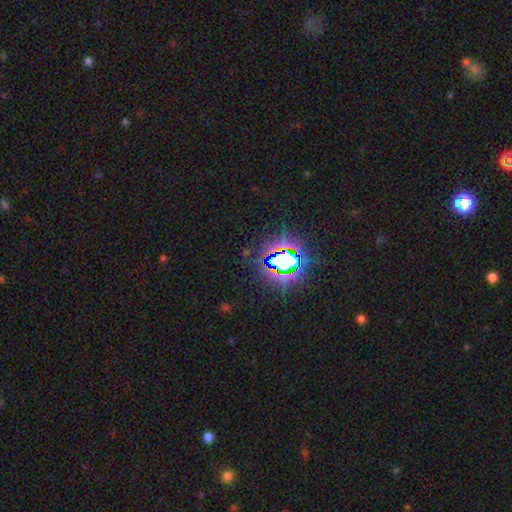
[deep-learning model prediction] Q: Smooth or featured?
A: star or artifact (83%); runner-up: smooth (10%)